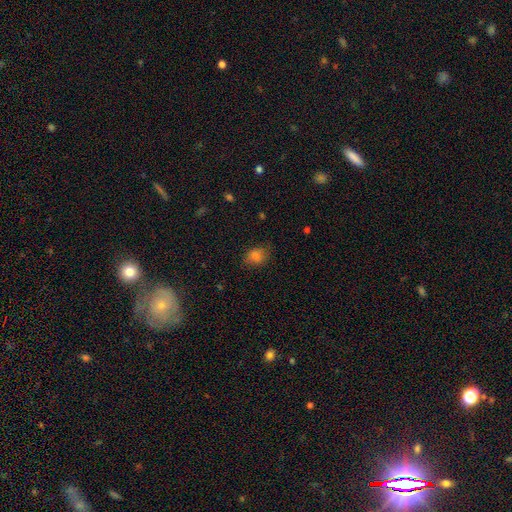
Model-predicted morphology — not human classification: Smooth or featured?
  - smooth: 79% *
  - star or artifact: 12%
  - featured or disk: 8%
How rounded?
  - in between: 56% *
  - round: 42%
  - cigar-shaped: 1%
Merging?
  - none: 78% *
  - minor disturbance: 17%
  - major disturbance: 4%
  - merger: 1%